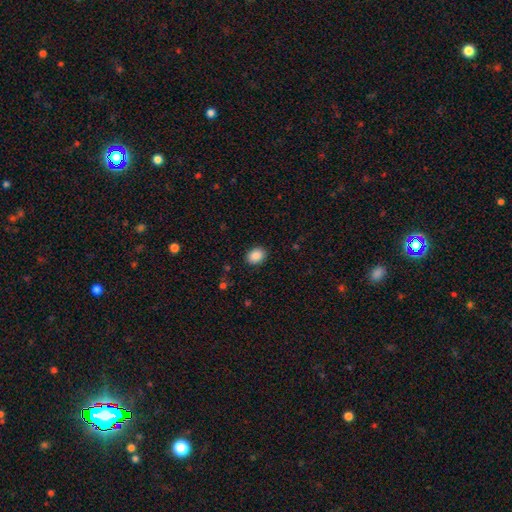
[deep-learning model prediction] A smooth galaxy with no disk features (89%) that is in between round and cigar-shaped (64%).

Vote fractions:
- Smooth or featured? smooth: 89% / star or artifact: 8% / featured or disk: 3%
- How rounded? in between: 64% / round: 35% / cigar-shaped: 1%
- Merging? none: 88% / minor disturbance: 8% / major disturbance: 2% / merger: 1%